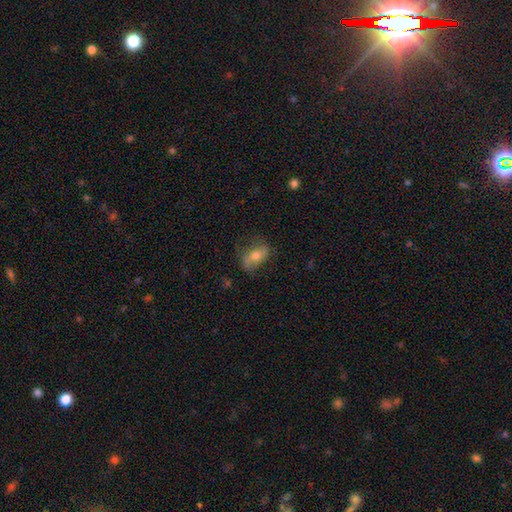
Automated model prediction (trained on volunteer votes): Smooth or featured?
  - smooth: 52% *
  - featured or disk: 39%
  - star or artifact: 9%
How rounded?
  - in between: 83% *
  - round: 12%
  - cigar-shaped: 5%
Merging?
  - none: 68% *
  - minor disturbance: 21%
  - major disturbance: 9%
  - merger: 2%